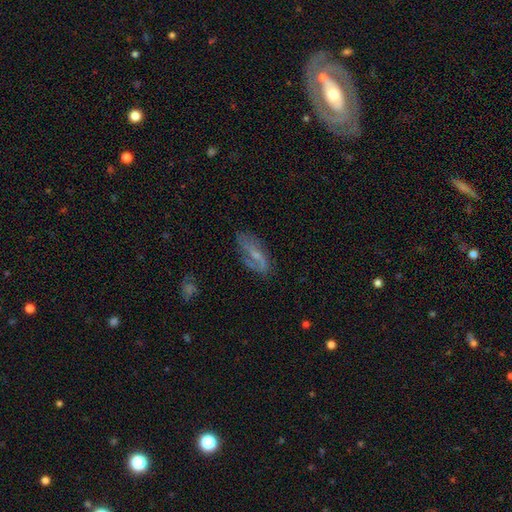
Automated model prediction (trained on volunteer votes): Smooth or featured? featured or disk (62%)
Edge-on disk? no (88%)
Bar? weak (42%)
Spiral arms? yes (79%)
Bulge size? small (56%)
Merging? none (64%)